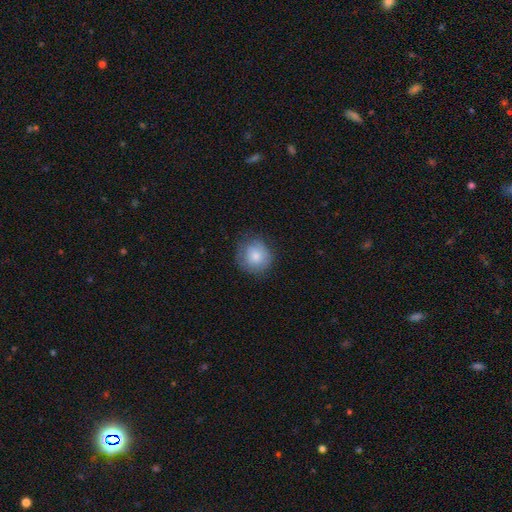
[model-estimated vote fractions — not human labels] Overall: smooth (76%). How rounded: round (90%). Merging: none (75%).